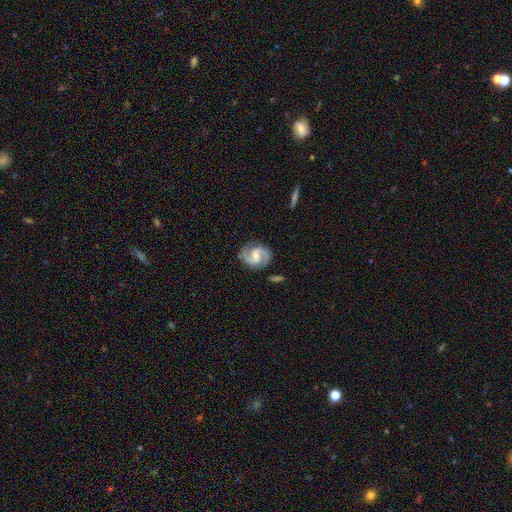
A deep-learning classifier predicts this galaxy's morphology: smooth_or_featured: featured or disk (p=0.88) [alt: smooth p=0.07]
disk_edge_on: no (p=0.98) [alt: yes p=0.02]
bar: weak (p=0.53) [alt: no p=0.28]
has_spiral_arms: yes (p=0.98) [alt: no p=0.02]
spiral_winding: medium (p=0.58) [alt: tight p=0.23]
spiral_arm_count: 2 (p=0.93) [alt: can't tell p=0.02]
bulge_size: moderate (p=0.49) [alt: small p=0.36]
merging: none (p=0.82) [alt: minor disturbance p=0.13]